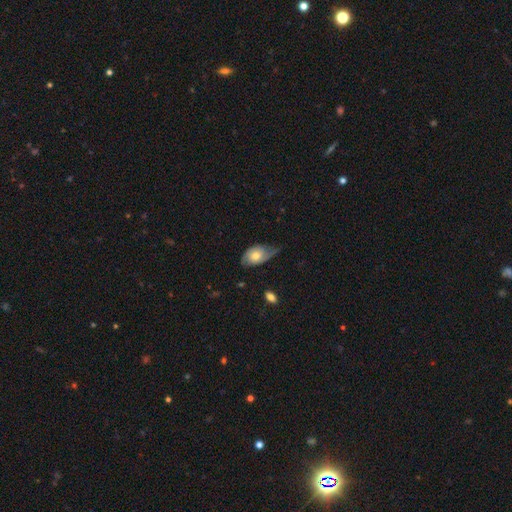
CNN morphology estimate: The model was most divided on "merging": none: 44%, minor disturbance: 36%, major disturbance: 18%, merger: 2%. More confident: edge-on disk — no (93%); spiral arms — yes (82%); bar — no (77%); bulge size — moderate (65%); smooth or featured — featured or disk (56%).